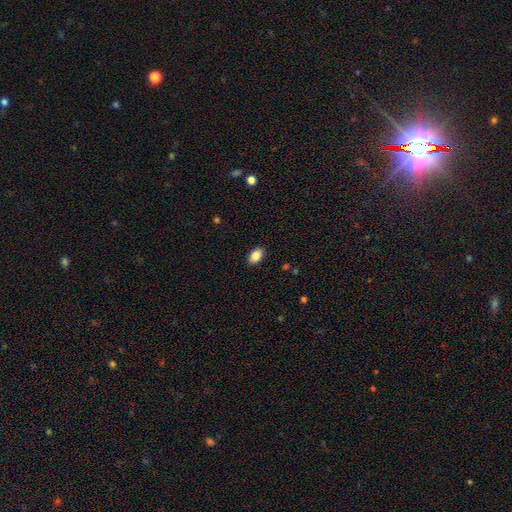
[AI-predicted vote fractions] Overall: smooth (86%). How rounded: in between (89%). Merging: none (89%).